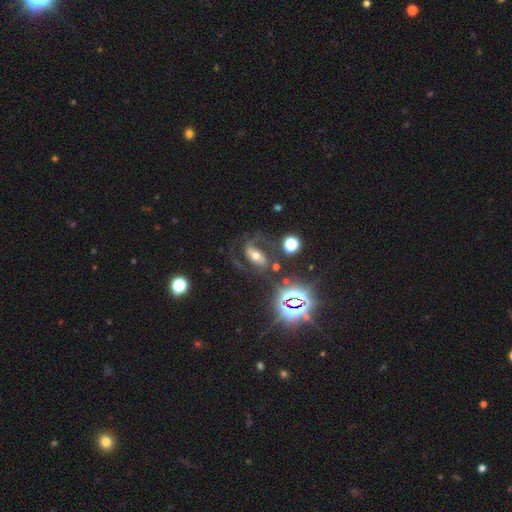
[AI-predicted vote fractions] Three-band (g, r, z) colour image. It shows a featured or disk galaxy (68%) with a strong bar (40%), 2 (82%) loose (46%) spiral arms (88%) and a moderate central bulge (67%). Merging: none (55%).